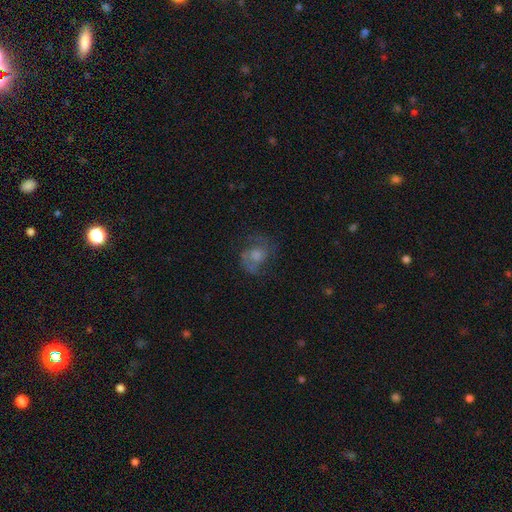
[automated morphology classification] A featured or disk galaxy (56%) with no bar (73%), spiral arms (80%) and a moderate central bulge (44%).

Vote fractions:
- Smooth or featured? featured or disk: 56% / smooth: 32% / star or artifact: 12%
- Edge-on disk? no: 97% / yes: 3%
- Bar? no: 73% / weak: 24% / strong: 4%
- Spiral arms? yes: 80% / no: 20%
- Bulge size? moderate: 44% / small: 23% / large: 19% / none: 12% / dominant: 2%
- Merging? none: 58% / minor disturbance: 21% / major disturbance: 19% / merger: 2%